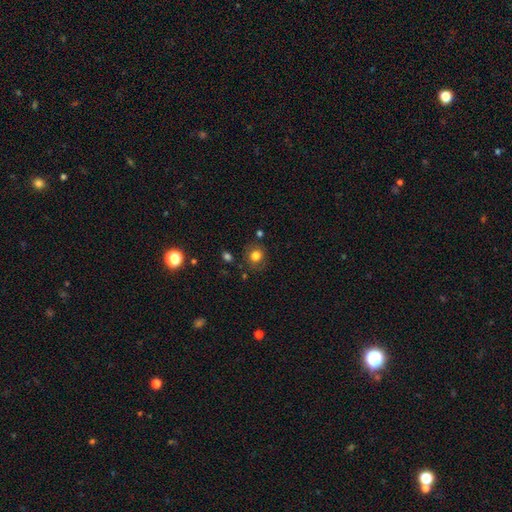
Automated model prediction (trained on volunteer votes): Smooth or featured?
  - smooth: 79% *
  - star or artifact: 12%
  - featured or disk: 10%
How rounded?
  - round: 78% *
  - in between: 21%
  - cigar-shaped: 1%
Merging?
  - none: 80% *
  - minor disturbance: 12%
  - major disturbance: 4%
  - merger: 3%